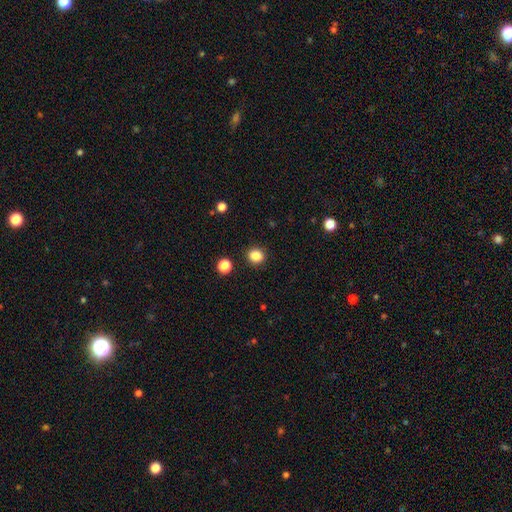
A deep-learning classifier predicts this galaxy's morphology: A smooth galaxy with no disk features (86%) that is round (81%).

Vote fractions:
- Smooth or featured? smooth: 86% / star or artifact: 11% / featured or disk: 3%
- How rounded? round: 81% / in between: 18% / cigar-shaped: 1%
- Merging? none: 90% / minor disturbance: 6% / major disturbance: 2% / merger: 2%